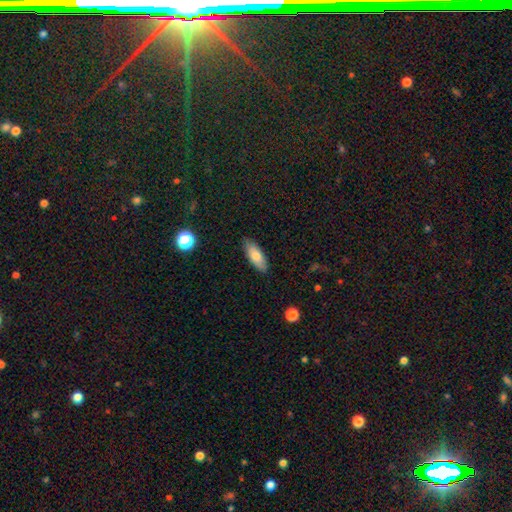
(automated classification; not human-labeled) The model was most divided on "how rounded": in between: 71%, cigar-shaped: 26%, round: 2%. More confident: merging — none (87%); smooth or featured — smooth (79%).